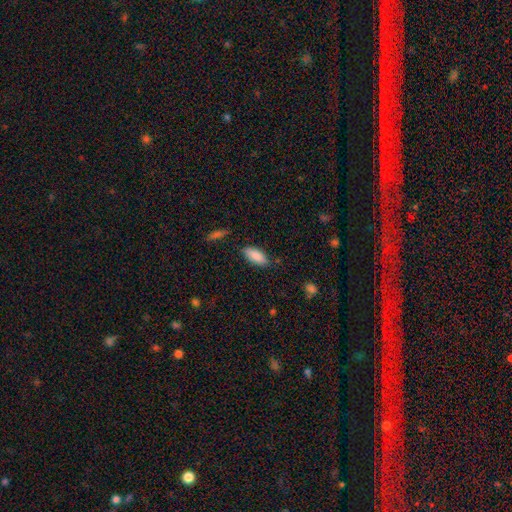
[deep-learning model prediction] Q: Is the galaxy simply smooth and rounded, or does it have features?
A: smooth — 88%.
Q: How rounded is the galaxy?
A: in between — 83%.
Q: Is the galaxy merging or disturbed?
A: none — 82%.